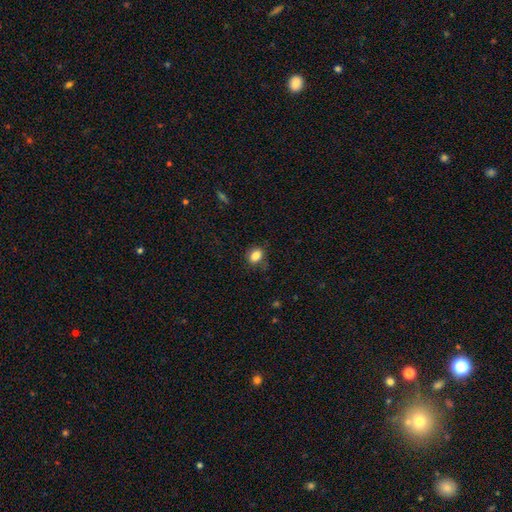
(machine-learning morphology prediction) Overall: smooth (85%). How rounded: in between (66%; round 33%). Merging: none (77%).